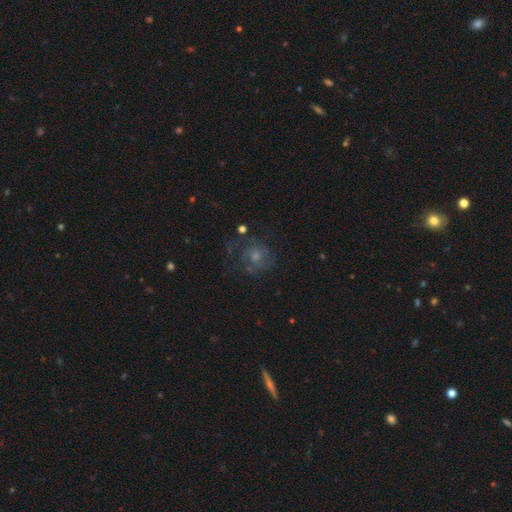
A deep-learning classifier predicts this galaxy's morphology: Smooth or featured: featured or disk — 45% (smooth — 30%)
Merging: none — 61% (minor disturbance — 18%)